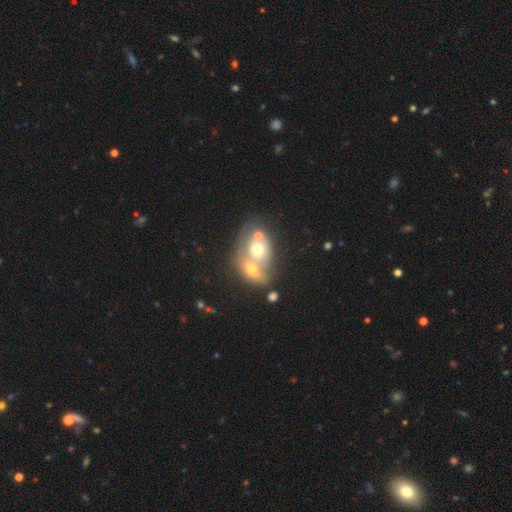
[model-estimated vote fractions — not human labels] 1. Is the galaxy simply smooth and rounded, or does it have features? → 46% featured or disk, 41% smooth, 13% star or artifact.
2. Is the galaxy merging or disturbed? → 79% merger, 12% none, 5% minor disturbance, 4% major disturbance.